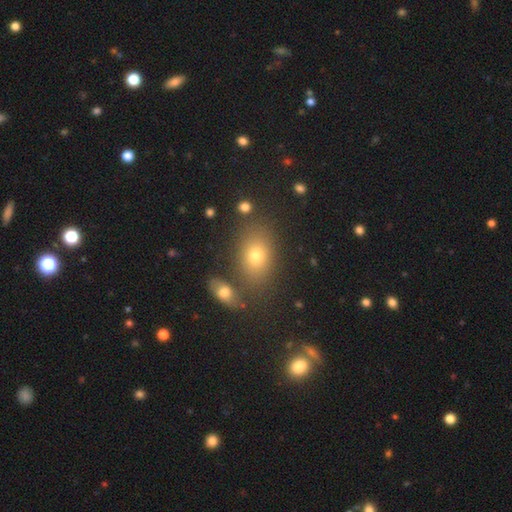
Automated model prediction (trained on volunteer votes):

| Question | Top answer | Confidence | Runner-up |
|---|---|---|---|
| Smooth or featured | smooth | 72% | star or artifact (14%) |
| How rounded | in between | 77% | round (22%) |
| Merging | none | 73% | minor disturbance (11%) |